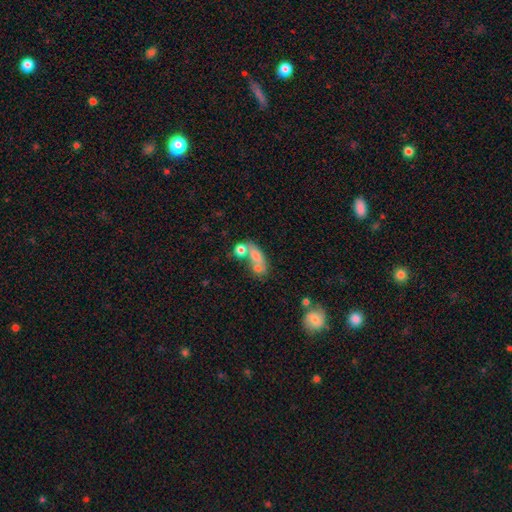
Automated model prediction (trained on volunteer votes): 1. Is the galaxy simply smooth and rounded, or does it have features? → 67% smooth, 22% featured or disk, 12% star or artifact.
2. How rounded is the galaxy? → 68% in between, 22% round, 9% cigar-shaped.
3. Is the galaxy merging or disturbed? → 55% merger, 24% none, 11% major disturbance, 10% minor disturbance.